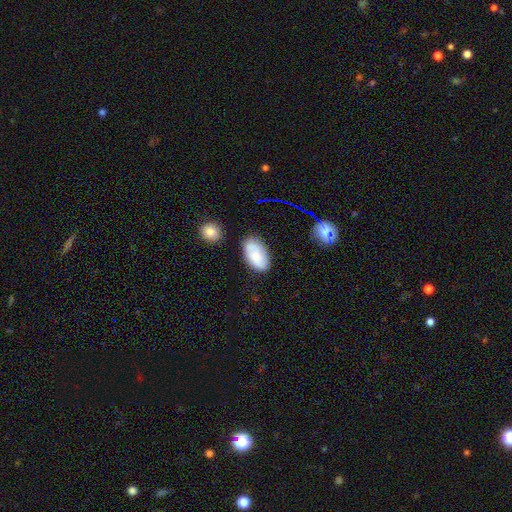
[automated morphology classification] type=smooth (72%); roundness=in between (93%); merging=none (75%).